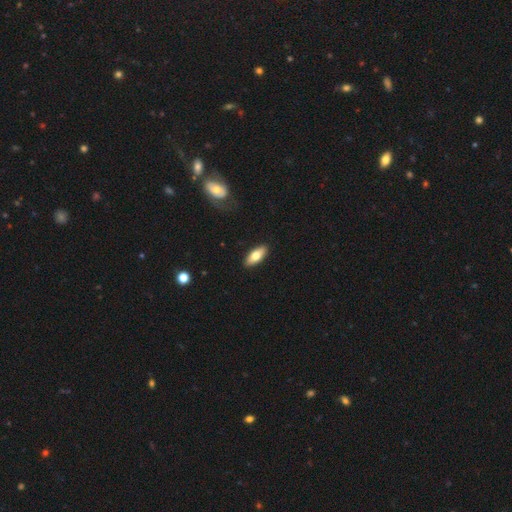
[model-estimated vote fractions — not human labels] A smooth galaxy with no disk features (72%) that is in between round and cigar-shaped (82%). Merging: none (89%).